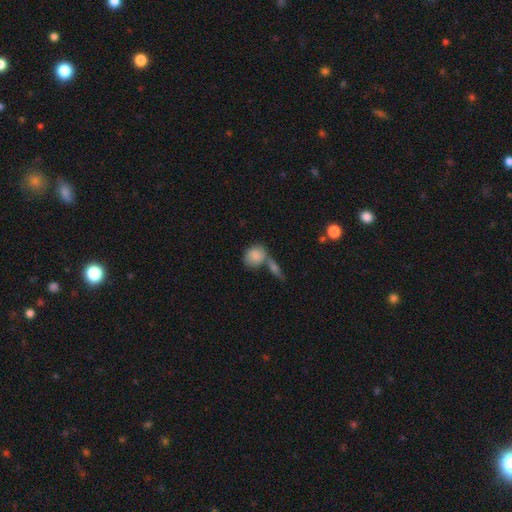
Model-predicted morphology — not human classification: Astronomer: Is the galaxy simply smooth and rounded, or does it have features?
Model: smooth — 80%.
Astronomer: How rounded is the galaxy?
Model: round — 59% (runner-up: in between, 39%).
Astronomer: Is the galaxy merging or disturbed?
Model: merger — 42% (runner-up: none, 39%).